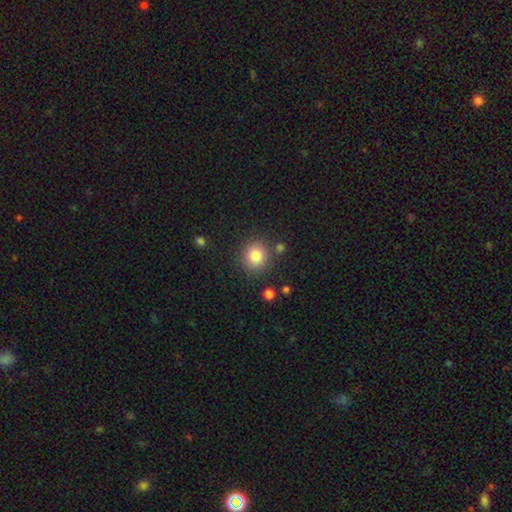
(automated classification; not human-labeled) This appears to be a smooth galaxy with no disk features (83%) that is round (88%). Merging: none (83%).